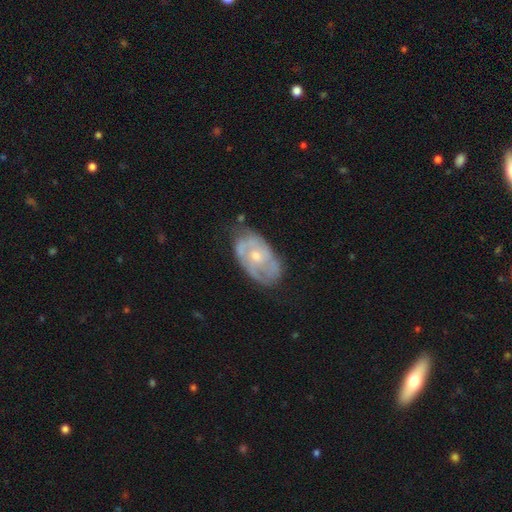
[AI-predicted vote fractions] Smooth or featured: featured or disk — 75% (smooth — 20%)
Edge-on disk: no — 95% (yes — 5%)
Bar: no — 77% (weak — 20%)
Spiral arms: yes — 76% (no — 24%)
Spiral winding: tight — 51% (medium — 36%)
Spiral arm count: can't tell — 39% (2 — 37%)
Bulge size: small — 49% (moderate — 47%)
Merging: none — 61% (minor disturbance — 27%)